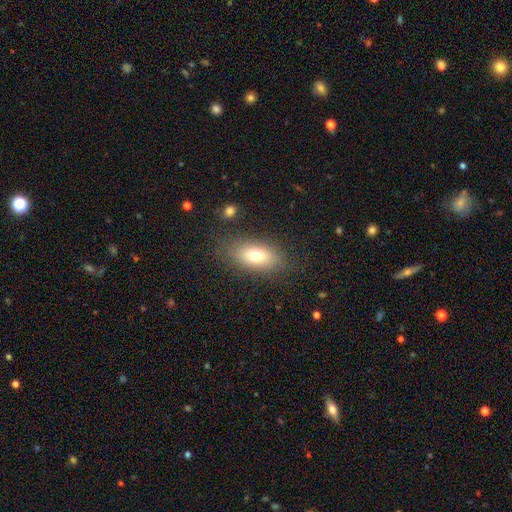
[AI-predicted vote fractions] Smooth or featured: smooth — 73% (featured or disk — 18%)
How rounded: in between — 85% (cigar-shaped — 8%)
Merging: none — 80% (minor disturbance — 12%)